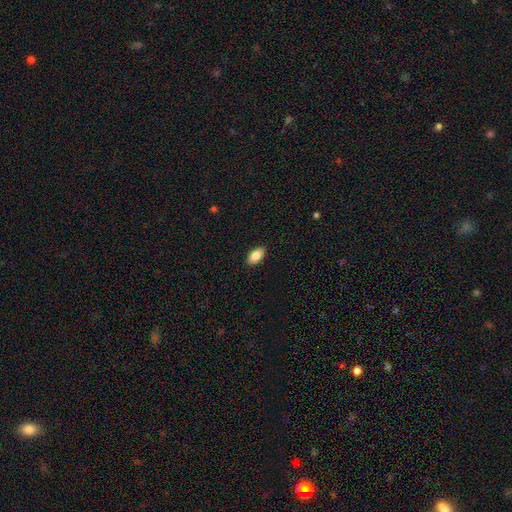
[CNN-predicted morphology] The model was most divided on "smooth or featured": smooth: 85%, featured or disk: 8%, star or artifact: 7%. More confident: how rounded — in between (92%); merging — none (89%).